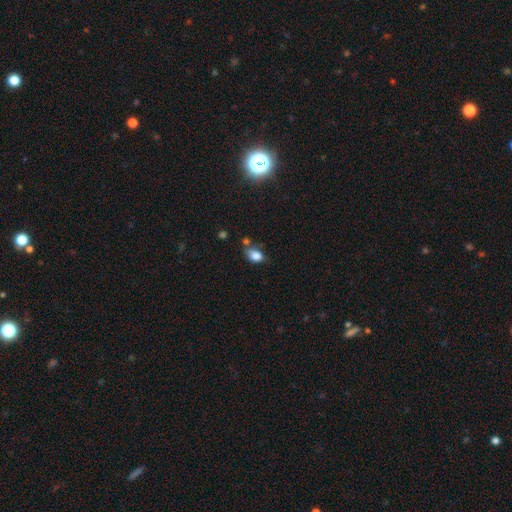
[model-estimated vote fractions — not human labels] Smooth or featured? Predicted: smooth (p=0.83). How rounded? Predicted: in between (p=0.85). Merging? Predicted: none (p=0.54).